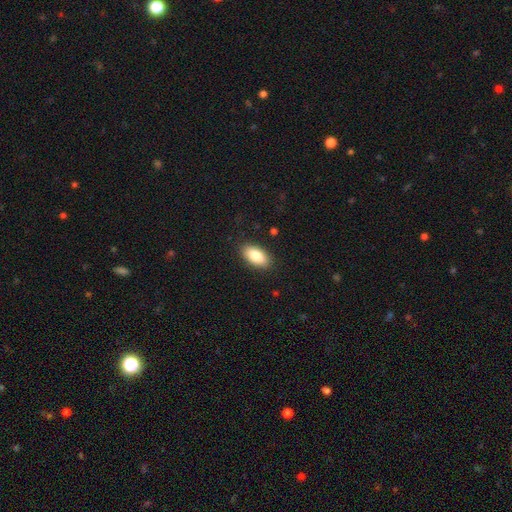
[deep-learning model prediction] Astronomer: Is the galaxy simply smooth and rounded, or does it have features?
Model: smooth — 85%.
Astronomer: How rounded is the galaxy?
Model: in between — 92%.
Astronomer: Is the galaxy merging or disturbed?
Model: none — 87%.